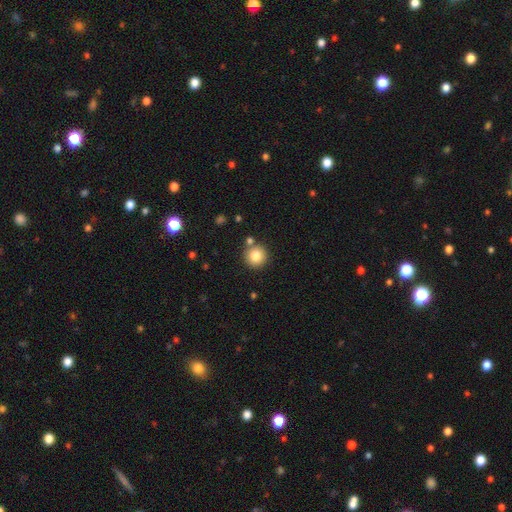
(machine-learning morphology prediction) smooth 83%, star or artifact 10%, featured or disk 7%. Down the decision tree: how rounded — round (95%); merging — none (81%).